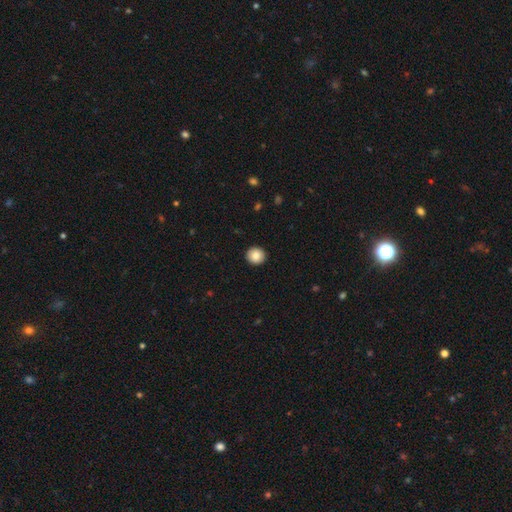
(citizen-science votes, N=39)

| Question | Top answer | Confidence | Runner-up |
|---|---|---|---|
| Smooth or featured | smooth | 92% | star or artifact (5%) |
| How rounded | round | 97% | in between (3%) |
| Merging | none | 95% | minor disturbance (5%) |